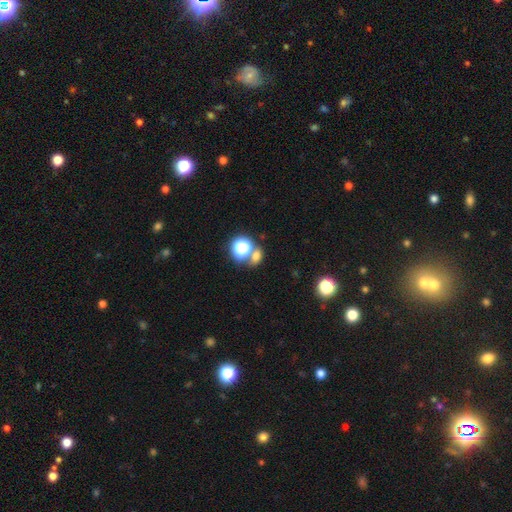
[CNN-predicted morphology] smooth 64%, star or artifact 26%, featured or disk 10%. Down the decision tree: how rounded — round (51%); merging — none (53%).